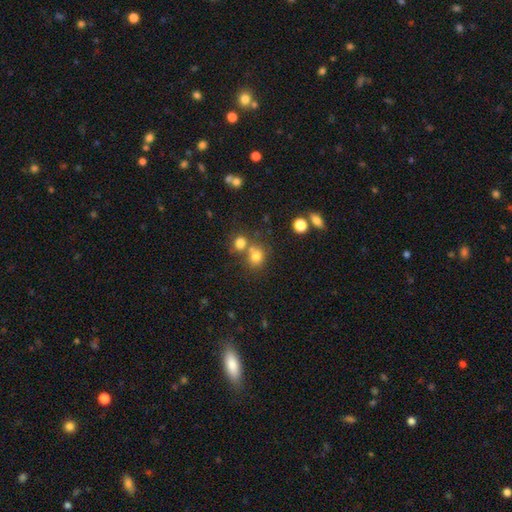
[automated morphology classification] Overall: smooth (76%). How rounded: round (74%). Merging: none (51%; merger 35%).